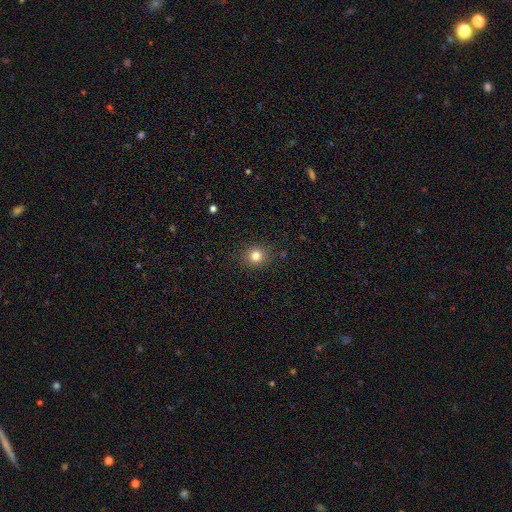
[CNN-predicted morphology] Smooth or featured? Predicted: smooth (p=0.81). How rounded? Predicted: round (p=0.85). Merging? Predicted: none (p=0.89).